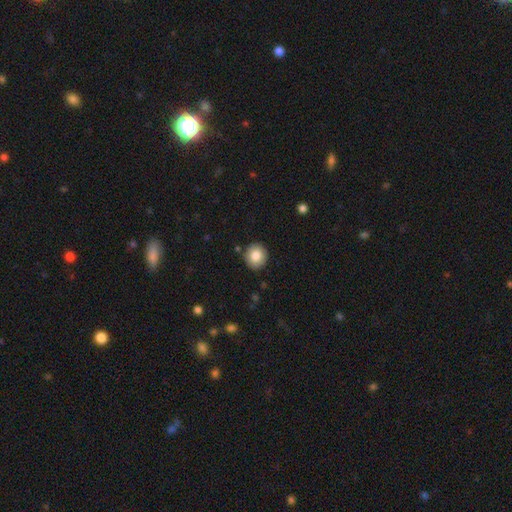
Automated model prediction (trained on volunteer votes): Smooth or featured? Predicted: smooth (p=0.83). How rounded? Predicted: round (p=0.86). Merging? Predicted: none (p=0.88).